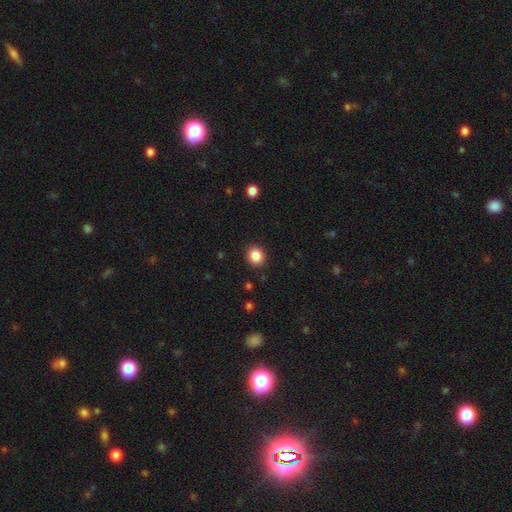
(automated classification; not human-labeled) Overall: smooth (86%). How rounded: round (77%). Merging: none (91%).